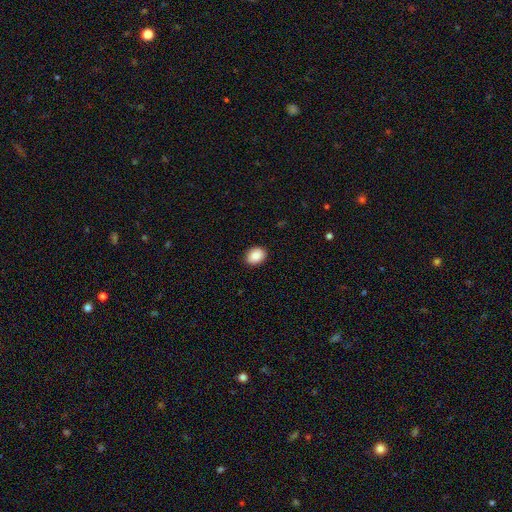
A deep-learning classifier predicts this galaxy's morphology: type=smooth (89%); roundness=in between (68%); merging=none (90%).